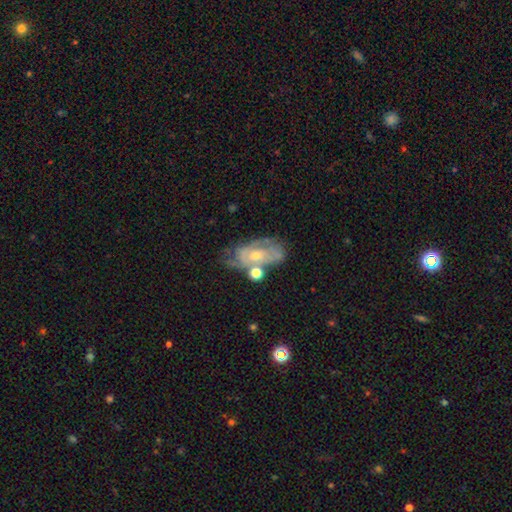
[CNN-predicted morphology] The model was most divided on "bulge size": small: 48%, moderate: 45%, none: 3%, large: 2%, dominant: 1%. Remaining: edge-on disk — no (95%); spiral arms — yes (79%); smooth or featured — featured or disk (72%); bar — no (64%); spiral winding — tight (49%); merging — none (44%); spiral arm count — can't tell (40%).